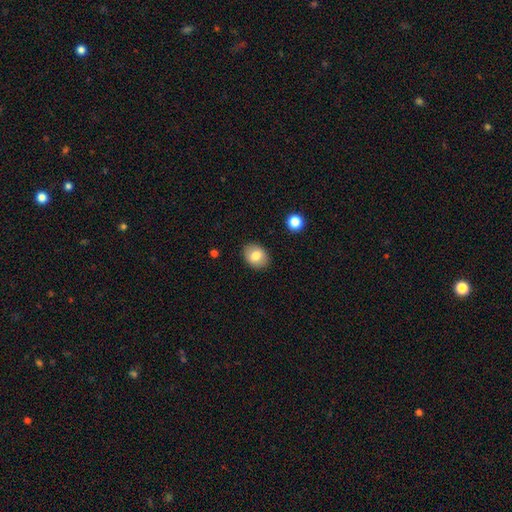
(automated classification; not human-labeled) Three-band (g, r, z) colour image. It shows a smooth galaxy with no disk features (80%) that is in between round and cigar-shaped (61%). Merging: none (88%).